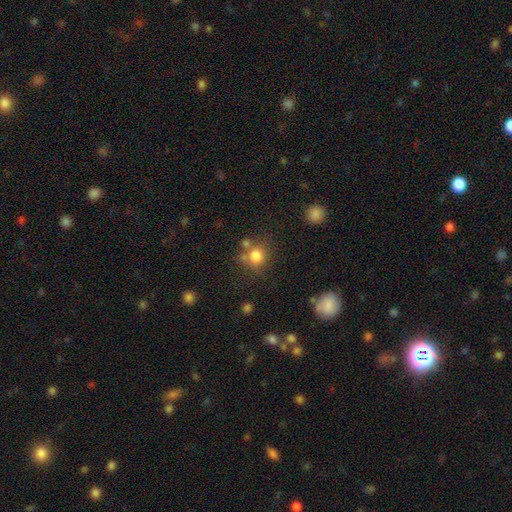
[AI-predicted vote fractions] Q: Smooth or featured?
A: smooth (80%); runner-up: star or artifact (13%)
Q: How rounded?
A: round (84%); runner-up: in between (15%)
Q: Merging?
A: none (62%); runner-up: merger (19%)